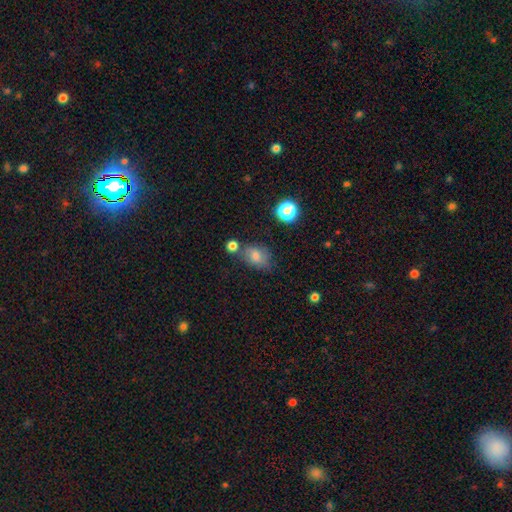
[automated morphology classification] A smooth galaxy with no disk features (71%) that is in between round and cigar-shaped (67%).

Vote fractions:
- Smooth or featured? smooth: 71% / featured or disk: 15% / star or artifact: 14%
- How rounded? in between: 67% / round: 31% / cigar-shaped: 2%
- Merging? none: 59% / minor disturbance: 21% / merger: 13% / major disturbance: 7%